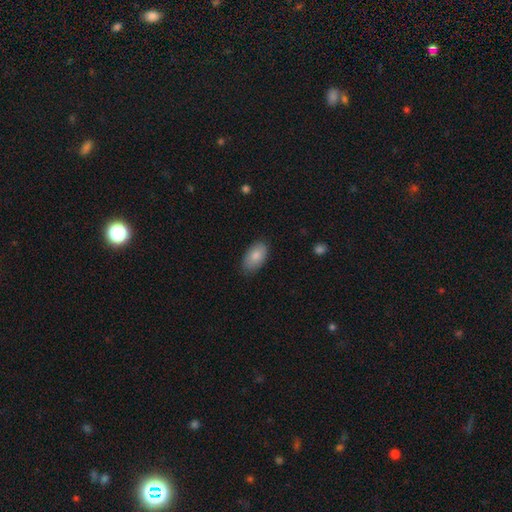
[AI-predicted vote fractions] smooth_or_featured: smooth (p=0.84) [alt: featured or disk p=0.09]
how_rounded: in between (p=0.94) [alt: round p=0.05]
merging: none (p=0.81) [alt: minor disturbance p=0.15]